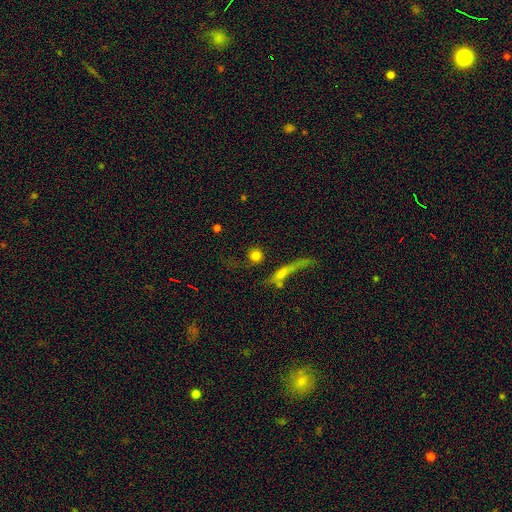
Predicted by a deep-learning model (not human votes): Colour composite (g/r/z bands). It shows a smooth galaxy with no disk features (75%) that is round (87%). Merging: none (61%).